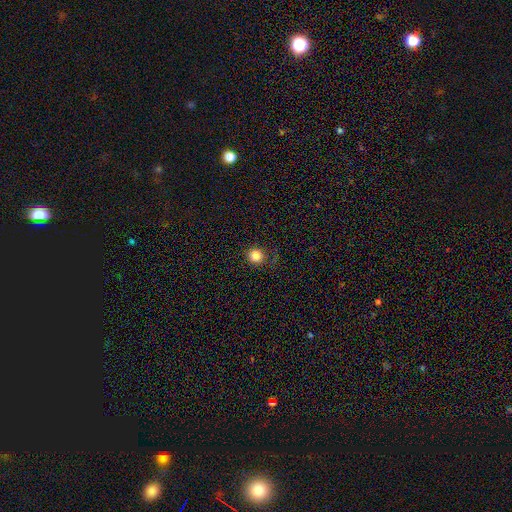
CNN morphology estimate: smooth_or_featured: smooth (p=0.82) [alt: star or artifact p=0.12]
how_rounded: round (p=0.92) [alt: in between p=0.07]
merging: none (p=0.83) [alt: minor disturbance p=0.11]